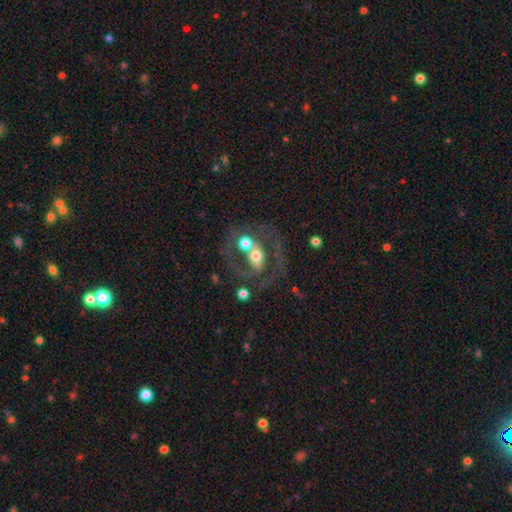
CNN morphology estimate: smooth-or-featured: featured or disk: 62% | smooth: 29% | star or artifact: 9%
  disk-edge-on: no: 95% | yes: 5%
    bar: no: 61% | weak: 24% | strong: 15%
    has-spiral-arms: no: 51% | yes: 49%
    bulge-size: moderate: 64% | large: 18% | small: 13% | dominant: 3% | none: 2%
  merging: none: 40% | merger: 33% | major disturbance: 13% | minor disturbance: 13%